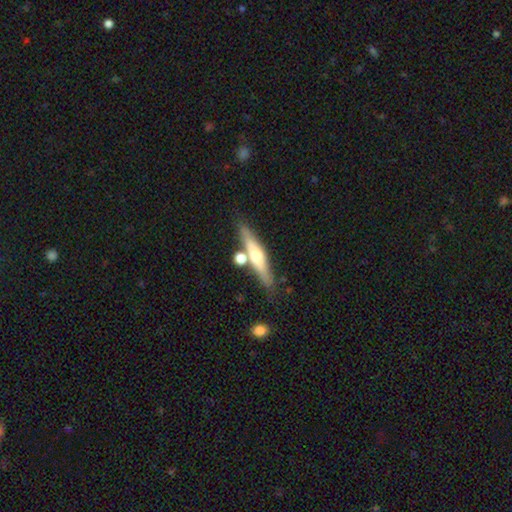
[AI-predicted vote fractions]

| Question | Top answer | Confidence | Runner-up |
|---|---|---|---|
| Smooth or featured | featured or disk | 56% | smooth (38%) |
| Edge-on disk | yes | 91% | no (9%) |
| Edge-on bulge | rounded | 90% | none (6%) |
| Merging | none | 70% | merger (15%) |